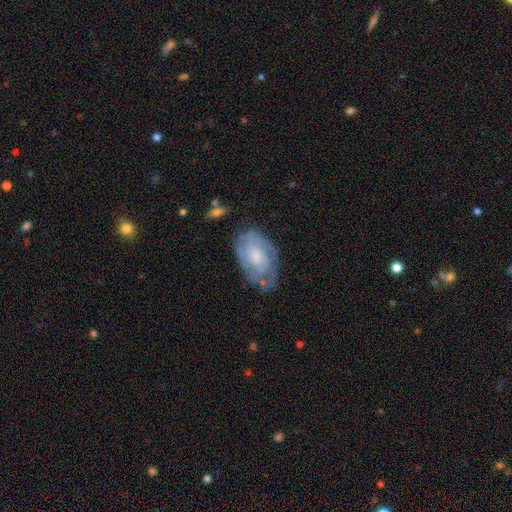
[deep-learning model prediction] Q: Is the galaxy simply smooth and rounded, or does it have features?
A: featured or disk — 73%.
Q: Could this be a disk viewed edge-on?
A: no — 96%.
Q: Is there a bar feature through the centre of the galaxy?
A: no — 71%.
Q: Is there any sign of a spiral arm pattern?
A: yes — 87%.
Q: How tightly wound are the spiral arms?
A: tight — 63%.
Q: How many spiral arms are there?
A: can't tell — 43%.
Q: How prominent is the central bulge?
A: small — 51%.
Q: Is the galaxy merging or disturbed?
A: none — 66%.